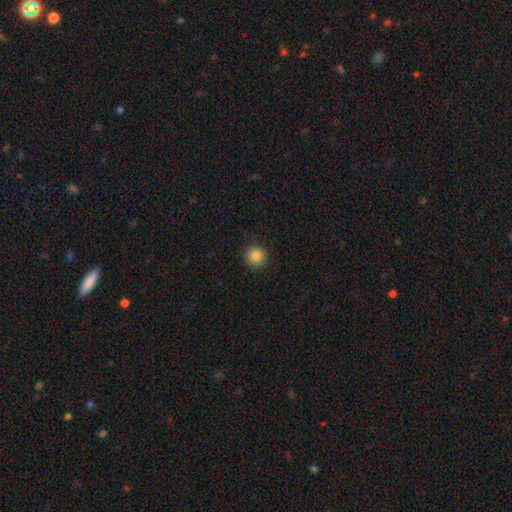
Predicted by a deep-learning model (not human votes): This is clearly a smooth galaxy (85%). How rounded: clearly round (95%). Merging: clearly none (90%).